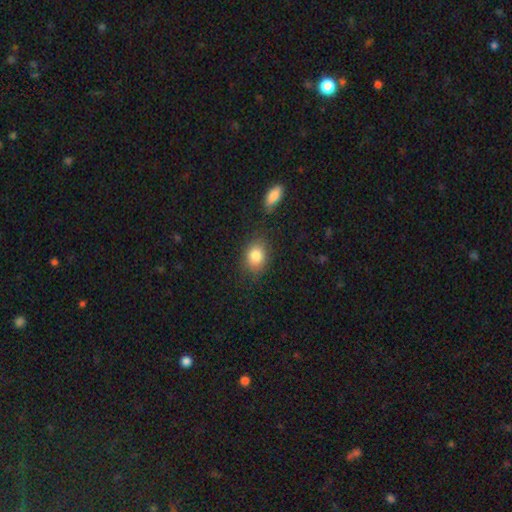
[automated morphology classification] This is clearly a smooth galaxy (84%). How rounded: likely in between (60%). Merging: likely none (78%).